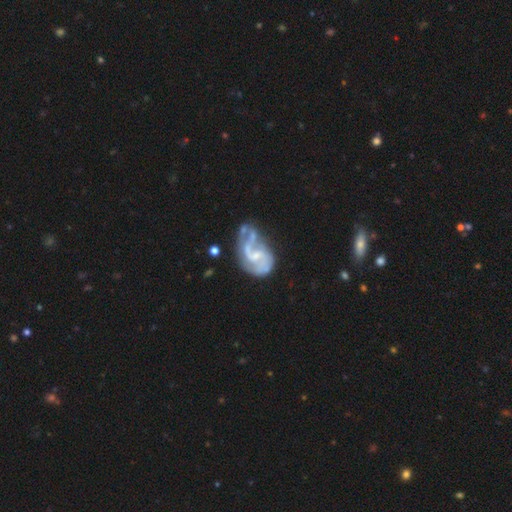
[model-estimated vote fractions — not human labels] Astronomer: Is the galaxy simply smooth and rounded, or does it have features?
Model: featured or disk — 82%.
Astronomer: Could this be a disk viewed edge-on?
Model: no — 98%.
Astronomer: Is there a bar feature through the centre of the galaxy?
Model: weak — 51% (runner-up: no, 37%).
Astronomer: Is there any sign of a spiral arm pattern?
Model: yes — 89%.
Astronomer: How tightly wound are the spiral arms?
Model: medium — 45% (runner-up: loose, 37%).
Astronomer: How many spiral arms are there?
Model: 2 — 68%.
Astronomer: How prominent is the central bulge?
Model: small — 49% (runner-up: none, 27%).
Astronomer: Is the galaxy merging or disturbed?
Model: none — 34% (runner-up: major disturbance, 29%).